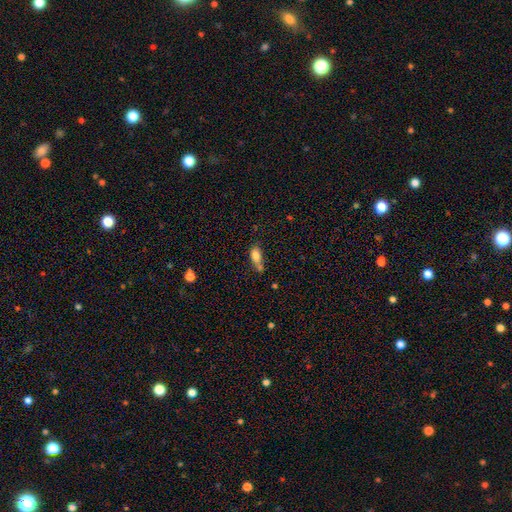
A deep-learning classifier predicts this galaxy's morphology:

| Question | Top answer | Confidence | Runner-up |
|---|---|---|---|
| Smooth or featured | smooth | 78% | featured or disk (12%) |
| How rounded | in between | 79% | cigar-shaped (11%) |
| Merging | none | 33% | merger (32%) |